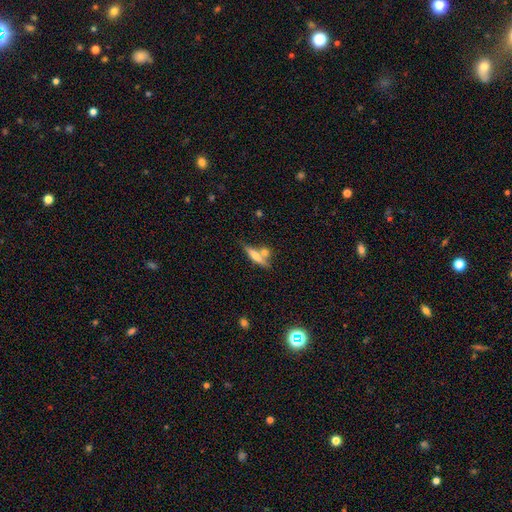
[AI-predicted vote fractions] smooth-or-featured: smooth: 49% | featured or disk: 44% | star or artifact: 7%
  merging: none: 55% | merger: 30% | minor disturbance: 11% | major disturbance: 4%